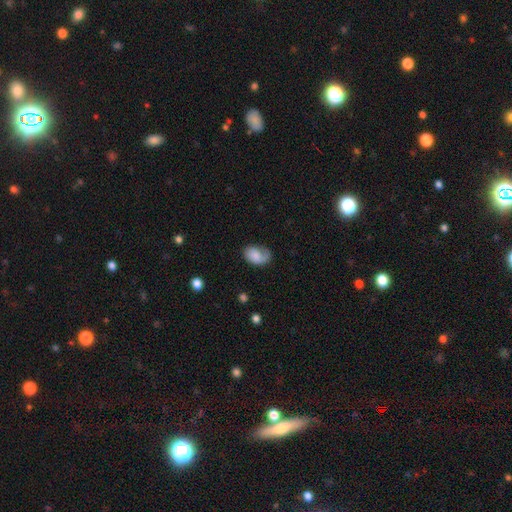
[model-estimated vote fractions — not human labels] Smooth or featured? Predicted: smooth (p=0.66). How rounded? Predicted: in between (p=0.84). Merging? Predicted: none (p=0.50).